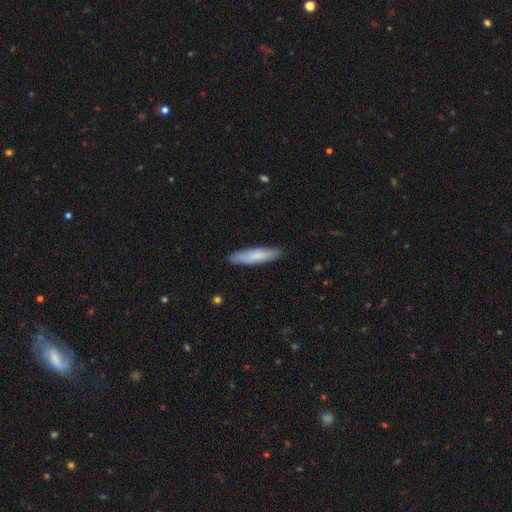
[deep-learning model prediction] This is likely a smooth galaxy (79%). How rounded: likely cigar-shaped (74%). Merging: clearly none (87%).